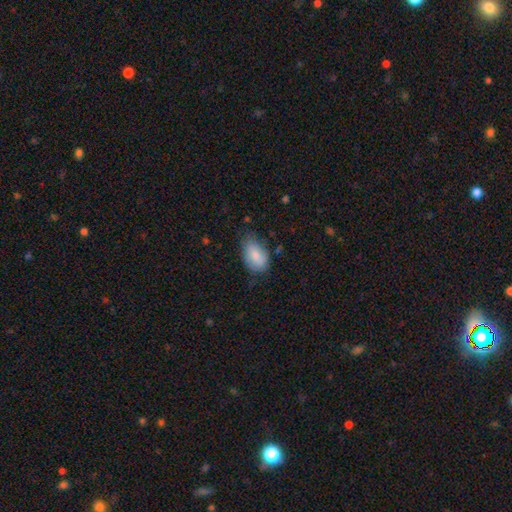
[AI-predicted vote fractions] A smooth galaxy with no disk features (81%) that is in between round and cigar-shaped (91%). Merging: none (63%).